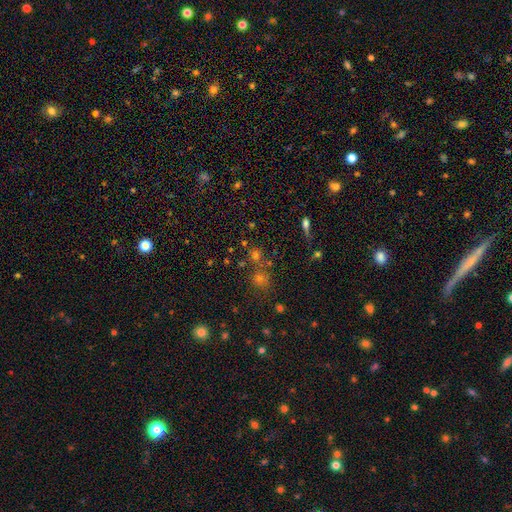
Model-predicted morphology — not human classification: smooth_or_featured: smooth (p=0.50) [alt: star or artifact p=0.40]
merging: none (p=0.66) [alt: merger p=0.22]